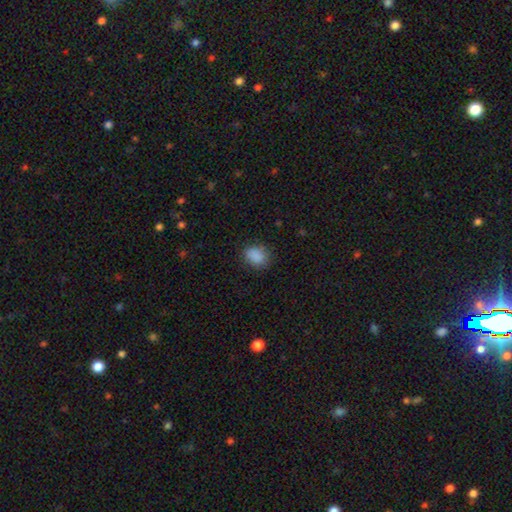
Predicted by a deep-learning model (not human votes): Q: Smooth or featured?
A: smooth (87%); runner-up: star or artifact (9%)
Q: How rounded?
A: in between (56%); runner-up: round (43%)
Q: Merging?
A: none (80%); runner-up: minor disturbance (15%)